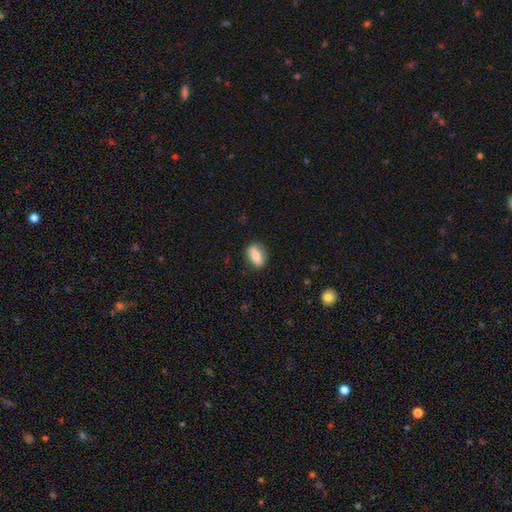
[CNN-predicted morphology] type=smooth (65%); roundness=in between (77%); merging=none (79%).